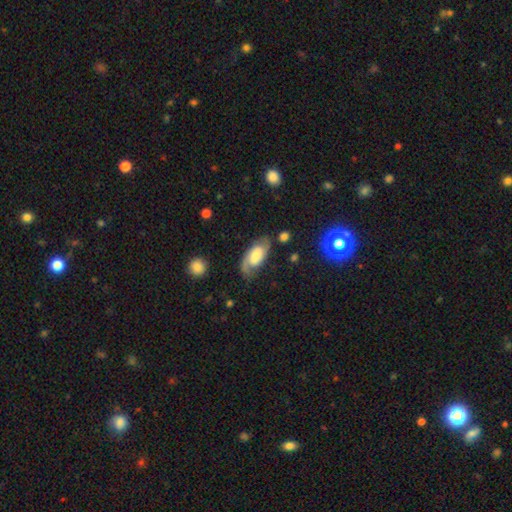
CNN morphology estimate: A featured or disk galaxy (64%) with no bar (54%), 2 (76%) medium (46%) spiral arms (90%) and a large central bulge (31%, tied with moderate).

Vote fractions:
- Smooth or featured? featured or disk: 64% / smooth: 29% / star or artifact: 7%
- Edge-on disk? no: 93% / yes: 7%
- Bar? no: 54% / weak: 35% / strong: 11%
- Spiral arms? yes: 90% / no: 10%
- Spiral winding? medium: 46% / tight: 32% / loose: 23%
- Spiral arm count? 2: 76% / 1: 12% / can't tell: 10% / 3: 1% / 4: 1% / more than 4: 1%
- Bulge size? large: 31% (tied) / moderate: 31% (tied) / small: 21% / none: 11% / dominant: 6%
- Merging? none: 68% / minor disturbance: 20% / major disturbance: 10% / merger: 3%